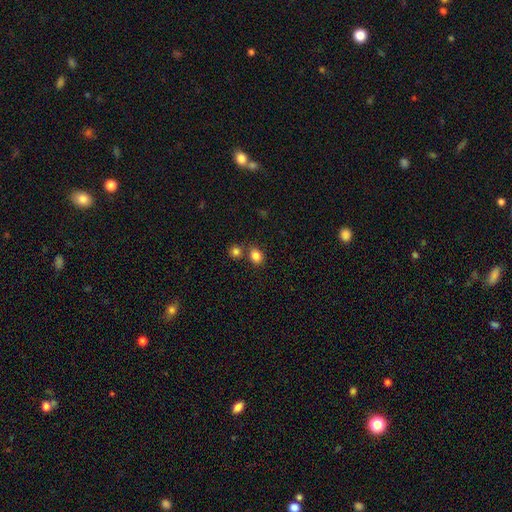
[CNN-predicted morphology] Smooth or featured?
  - smooth: 83% *
  - star or artifact: 11%
  - featured or disk: 5%
How rounded?
  - round: 56% *
  - in between: 43%
  - cigar-shaped: 1%
Merging?
  - none: 67% *
  - merger: 20%
  - minor disturbance: 10%
  - major disturbance: 3%